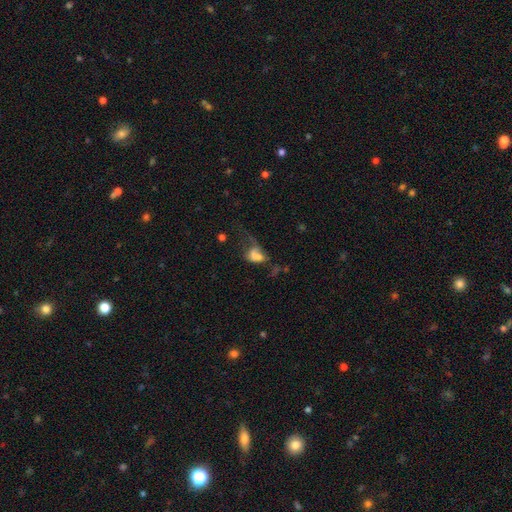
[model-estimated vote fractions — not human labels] smooth-or-featured: smooth: 59% | featured or disk: 27% | star or artifact: 14%
  how-rounded: in between: 76% | round: 21% | cigar-shaped: 3%
  merging: major disturbance: 45% | merger: 25% | none: 16% | minor disturbance: 14%